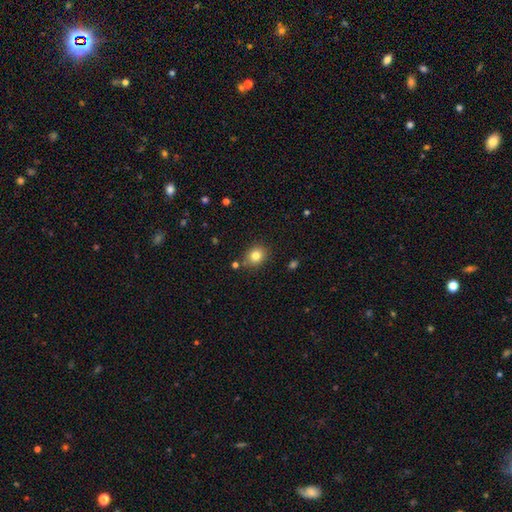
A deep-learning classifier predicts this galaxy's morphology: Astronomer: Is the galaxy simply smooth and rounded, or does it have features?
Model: smooth — 81%.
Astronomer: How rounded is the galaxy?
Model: round — 66%.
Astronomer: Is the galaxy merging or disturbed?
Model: none — 81%.